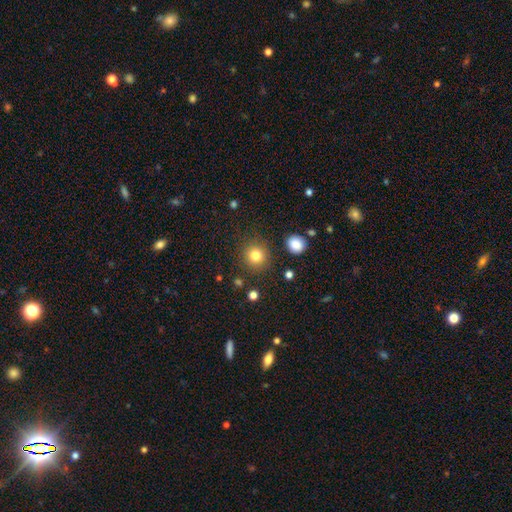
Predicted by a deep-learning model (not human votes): smooth-or-featured: smooth: 81% | star or artifact: 12% | featured or disk: 7%
  how-rounded: round: 92% | in between: 7% | cigar-shaped: 1%
  merging: none: 88% | minor disturbance: 7% | major disturbance: 3% | merger: 2%